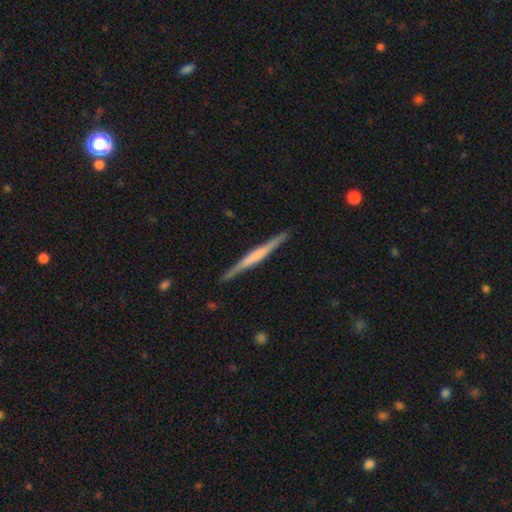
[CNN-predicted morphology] Smooth or featured?
  - featured or disk: 64% *
  - smooth: 31%
  - star or artifact: 5%
Edge-on disk?
  - yes: 98% *
  - no: 2%
Edge-on bulge?
  - none: 43% *
  - rounded: 29%
  - boxy: 28%
Merging?
  - none: 90% *
  - minor disturbance: 7%
  - major disturbance: 1%
  - merger: 1%